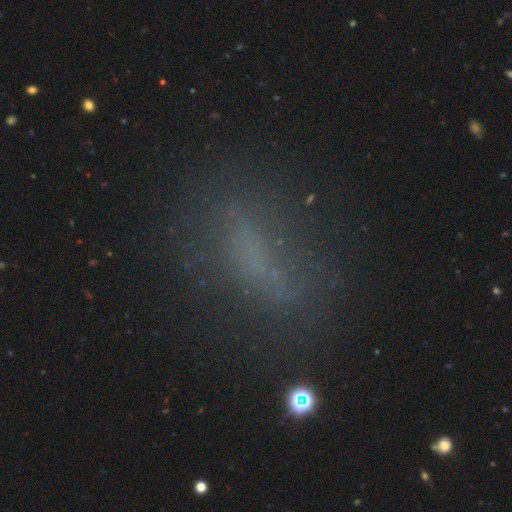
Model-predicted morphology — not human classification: The model was most divided on "smooth or featured": smooth: 48%, featured or disk: 27%, star or artifact: 25%. More confident: merging — none (64%).